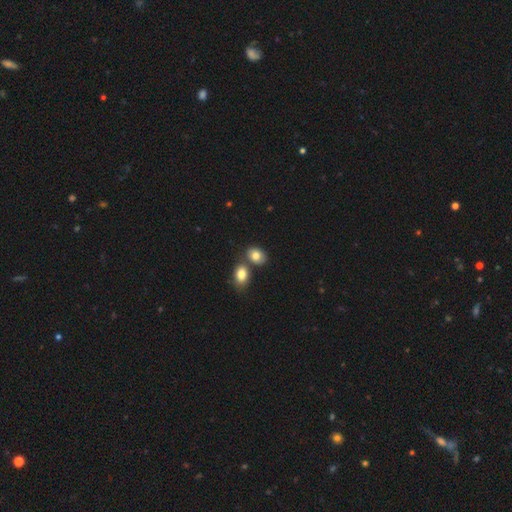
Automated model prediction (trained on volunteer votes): smooth-or-featured: smooth: 81% | featured or disk: 10% | star or artifact: 9%
  how-rounded: in between: 71% | round: 28% | cigar-shaped: 1%
  merging: none: 56% | merger: 30% | minor disturbance: 11% | major disturbance: 3%